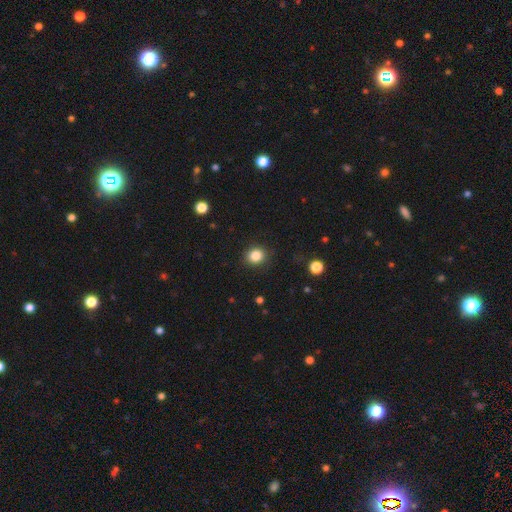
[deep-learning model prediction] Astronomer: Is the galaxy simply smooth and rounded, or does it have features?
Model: smooth — 85%.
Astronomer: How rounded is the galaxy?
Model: round — 78%.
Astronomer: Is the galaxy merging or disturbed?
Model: none — 89%.